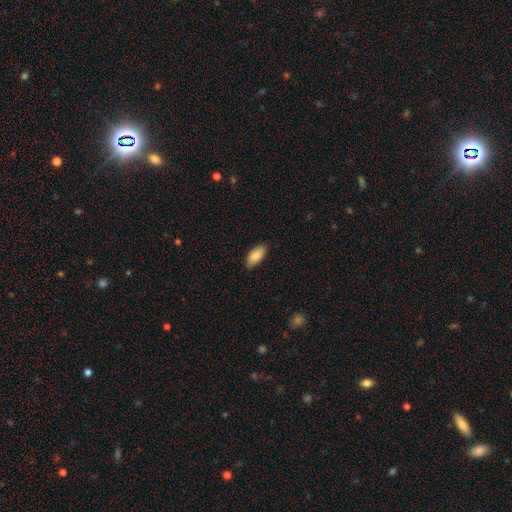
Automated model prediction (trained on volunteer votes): Q: Smooth or featured?
A: smooth (87%); runner-up: featured or disk (7%)
Q: How rounded?
A: in between (90%); runner-up: cigar-shaped (9%)
Q: Merging?
A: none (86%); runner-up: minor disturbance (11%)